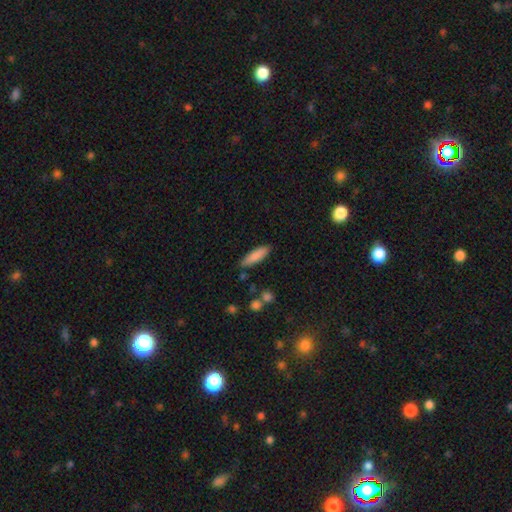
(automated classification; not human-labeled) Smooth or featured? Predicted: smooth (p=0.85). How rounded? Predicted: cigar-shaped (p=0.64). Merging? Predicted: none (p=0.84).